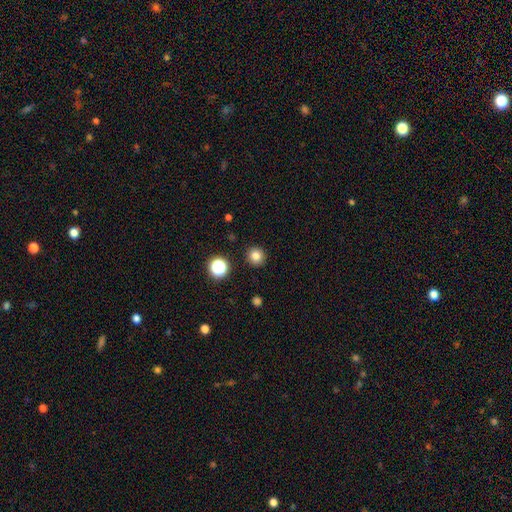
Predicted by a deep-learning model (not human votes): Morphology: type=smooth (81%); roundness=round (93%); merging=none (92%).